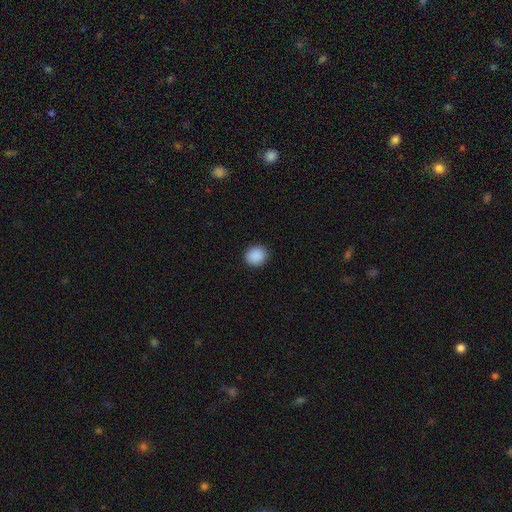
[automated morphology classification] smooth 90%, star or artifact 8%, featured or disk 2%. Down the decision tree: how rounded — round (75%); merging — none (91%).